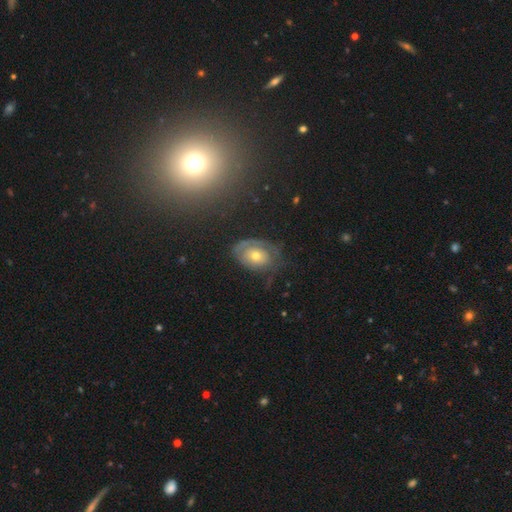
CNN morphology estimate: A featured or disk galaxy (57%) with no bar (84%), spiral arms (66%) and a moderate central bulge (56%).

Vote fractions:
- Smooth or featured? featured or disk: 57% / smooth: 32% / star or artifact: 11%
- Edge-on disk? no: 94% / yes: 6%
- Bar? no: 84% / weak: 13% / strong: 3%
- Spiral arms? yes: 66% / no: 34%
- Bulge size? moderate: 56% / small: 38% / large: 4% / none: 1% / dominant: 1%
- Merging? none: 59% / minor disturbance: 25% / major disturbance: 14% / merger: 2%